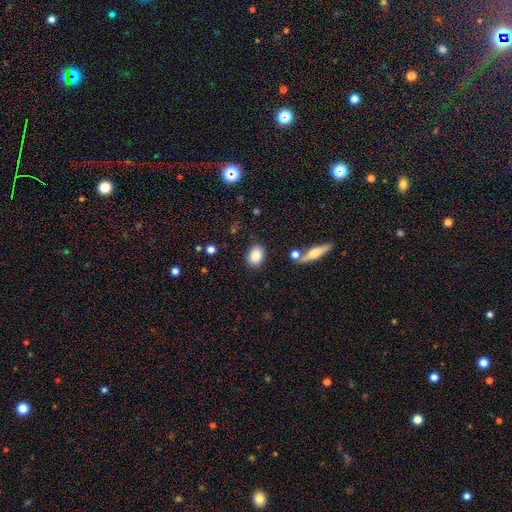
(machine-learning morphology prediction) Q: Smooth or featured?
A: smooth (85%); runner-up: star or artifact (8%)
Q: How rounded?
A: in between (71%); runner-up: round (27%)
Q: Merging?
A: none (82%); runner-up: minor disturbance (11%)